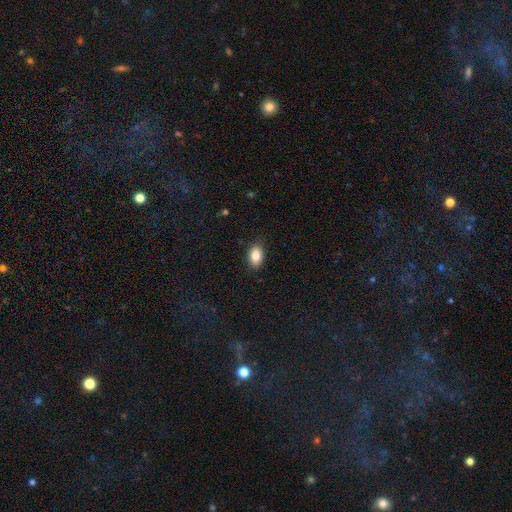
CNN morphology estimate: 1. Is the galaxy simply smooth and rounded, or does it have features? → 85% smooth, 8% star or artifact, 6% featured or disk.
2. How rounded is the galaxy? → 86% in between, 12% round, 1% cigar-shaped.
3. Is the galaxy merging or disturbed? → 86% none, 11% minor disturbance, 2% major disturbance, 1% merger.